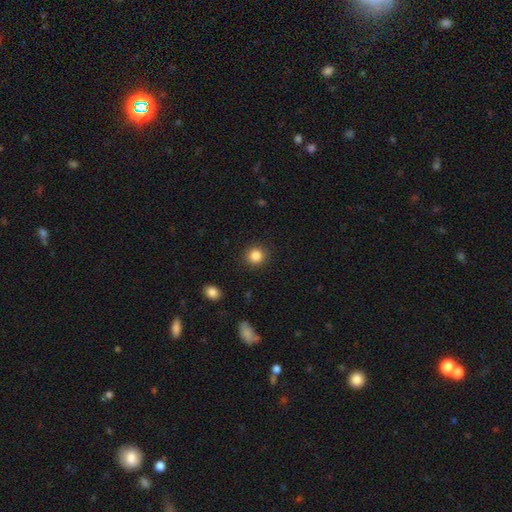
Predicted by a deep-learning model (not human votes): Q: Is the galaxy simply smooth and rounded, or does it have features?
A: smooth — 85%.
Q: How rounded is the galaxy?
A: round — 91%.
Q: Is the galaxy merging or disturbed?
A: none — 90%.